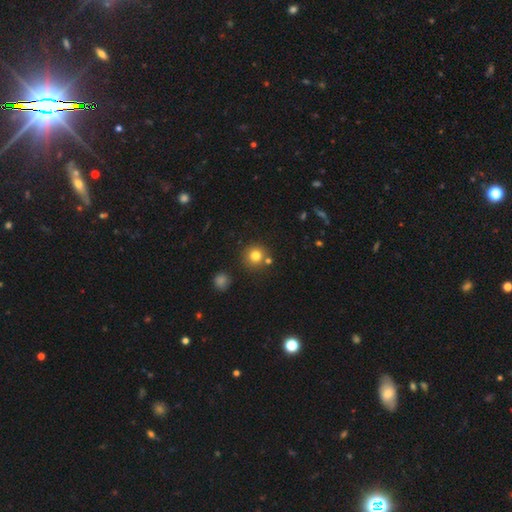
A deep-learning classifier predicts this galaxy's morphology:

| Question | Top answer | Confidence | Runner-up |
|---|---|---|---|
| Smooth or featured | smooth | 79% | star or artifact (13%) |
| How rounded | round | 93% | in between (6%) |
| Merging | none | 78% | merger (11%) |